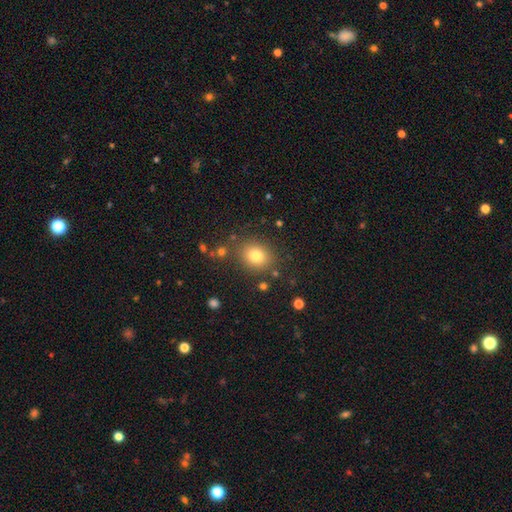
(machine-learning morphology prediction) Smooth or featured? Predicted: smooth (p=0.78). How rounded? Predicted: round (p=0.62). Merging? Predicted: none (p=0.83).